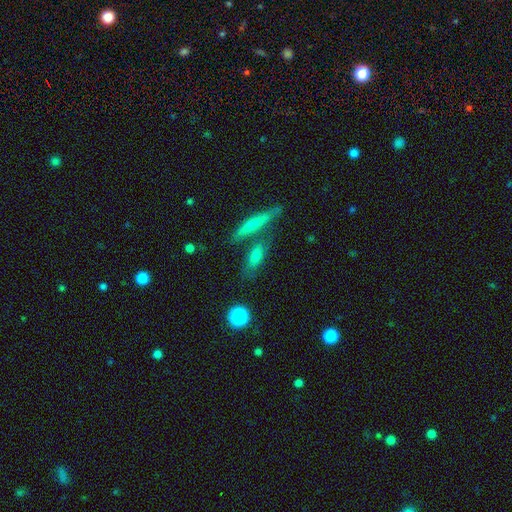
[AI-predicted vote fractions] Q: Smooth or featured?
A: smooth (62%); runner-up: featured or disk (27%)
Q: How rounded?
A: cigar-shaped (49%); runner-up: in between (43%)
Q: Merging?
A: none (60%); runner-up: merger (23%)